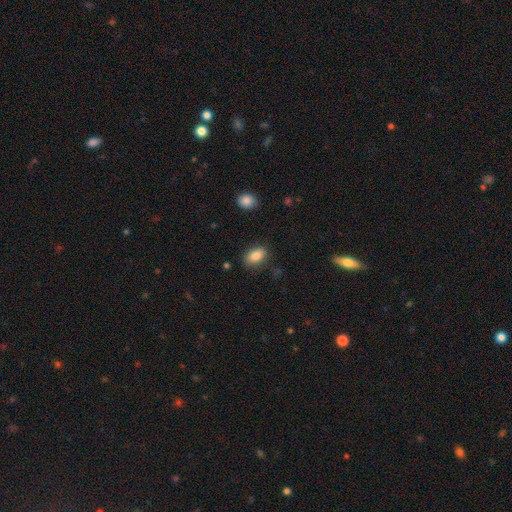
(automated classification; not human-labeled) Smooth or featured?
  - smooth: 85% *
  - star or artifact: 8%
  - featured or disk: 7%
How rounded?
  - in between: 89% *
  - round: 9%
  - cigar-shaped: 3%
Merging?
  - none: 81% *
  - minor disturbance: 14%
  - major disturbance: 3%
  - merger: 2%